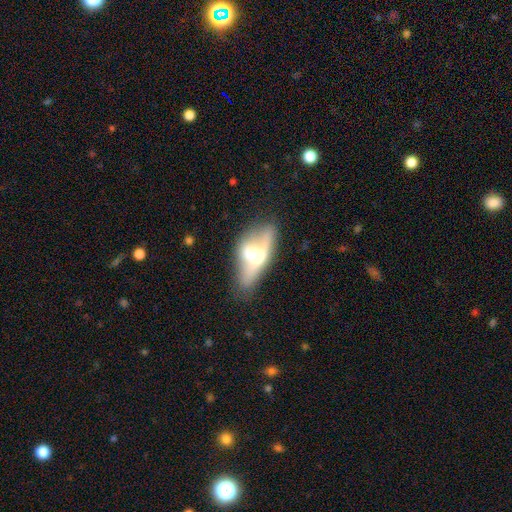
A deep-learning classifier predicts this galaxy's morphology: Smooth or featured: featured or disk — 54% (smooth — 37%)
Edge-on disk: no — 67% (yes — 33%)
Merging: none — 38% (minor disturbance — 23%)